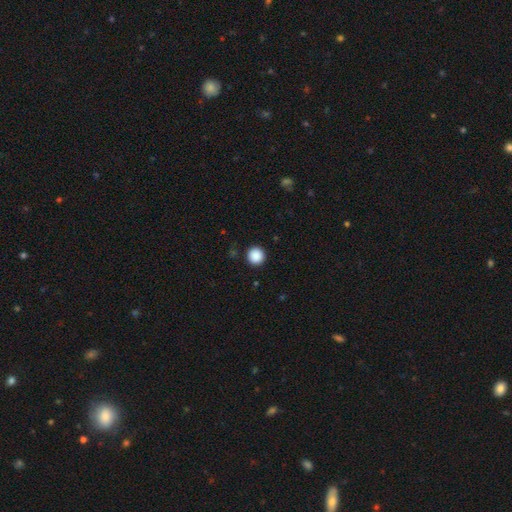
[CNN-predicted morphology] Smooth or featured? smooth (88%)
How rounded? round (95%)
Merging? none (93%)